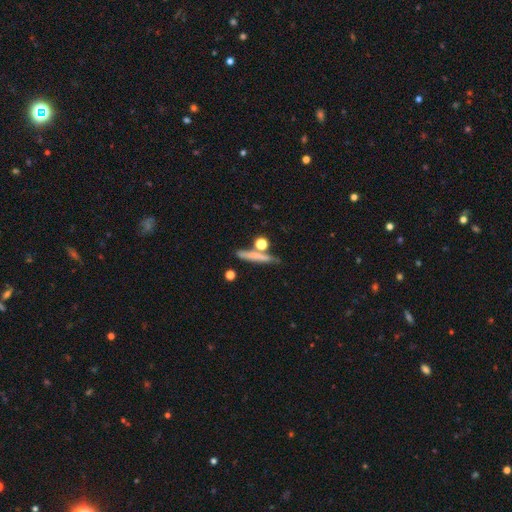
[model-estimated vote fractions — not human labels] Smooth or featured: smooth — 62% (featured or disk — 28%)
How rounded: cigar-shaped — 80% (round — 11%)
Merging: none — 70% (minor disturbance — 13%)